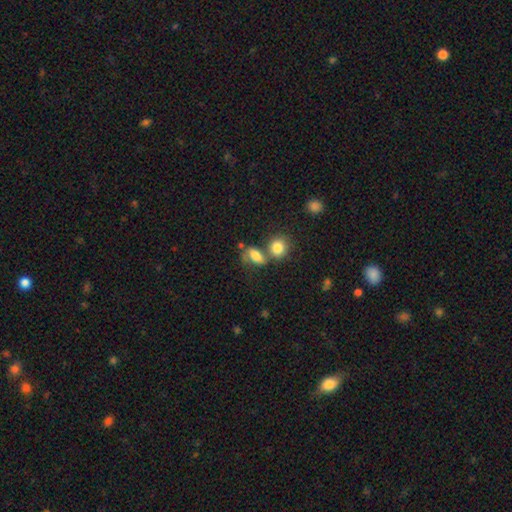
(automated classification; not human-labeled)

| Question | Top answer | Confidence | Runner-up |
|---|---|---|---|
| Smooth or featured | smooth | 78% | featured or disk (11%) |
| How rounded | in between | 79% | round (16%) |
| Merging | merger | 39% | none (37%) |